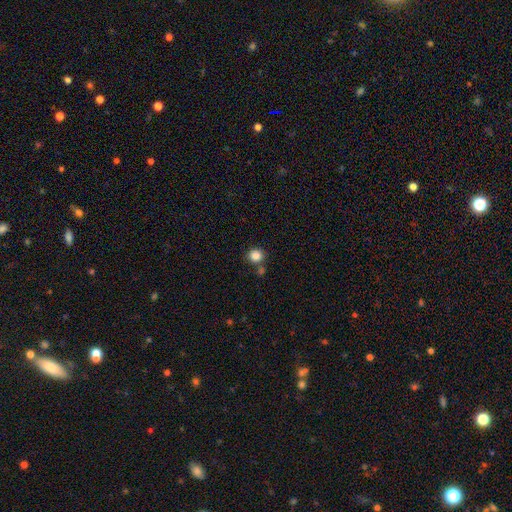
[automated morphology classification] This is clearly a smooth galaxy (85%). How rounded: clearly round (86%). Merging: likely none (75%).